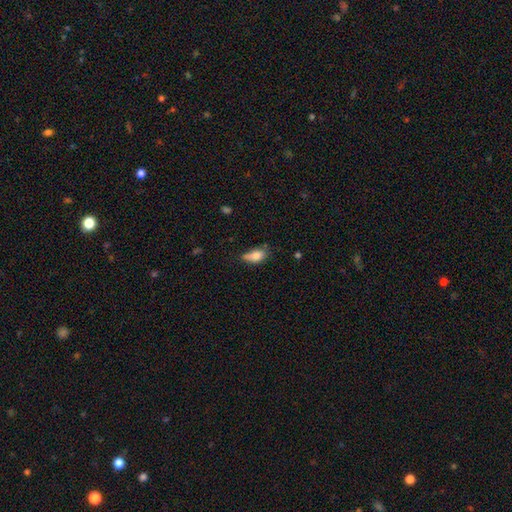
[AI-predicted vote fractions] A smooth galaxy with no disk features (79%) that is in between round and cigar-shaped (87%).

Vote fractions:
- Smooth or featured? smooth: 79% / featured or disk: 13% / star or artifact: 8%
- How rounded? in between: 87% / round: 6% / cigar-shaped: 6%
- Merging? none: 44% / minor disturbance: 39% / major disturbance: 10% / merger: 6%